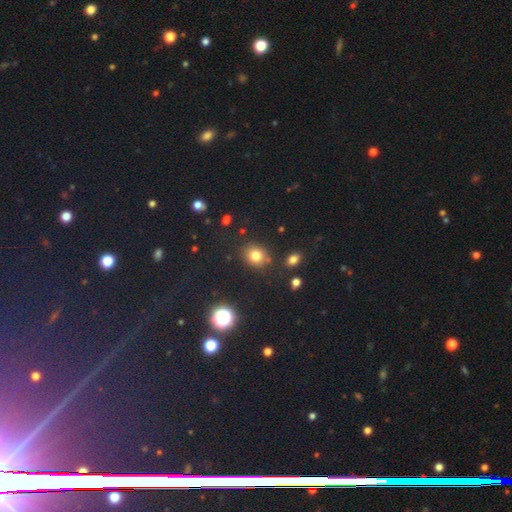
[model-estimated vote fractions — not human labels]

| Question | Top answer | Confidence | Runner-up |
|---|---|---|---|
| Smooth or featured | smooth | 77% | star or artifact (16%) |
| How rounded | round | 70% | in between (29%) |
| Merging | none | 80% | minor disturbance (10%) |